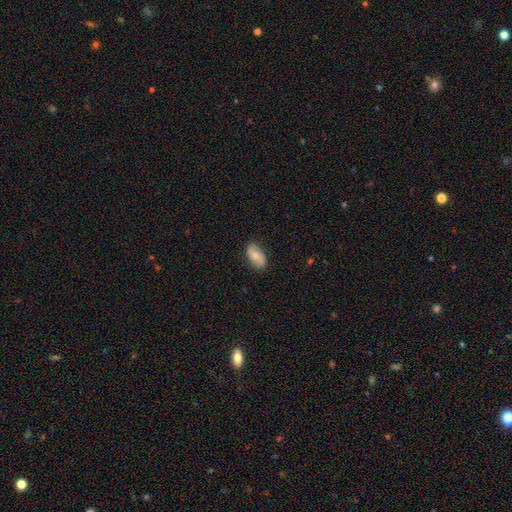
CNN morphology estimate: Smooth or featured? Predicted: smooth (p=0.55). How rounded? Predicted: in between (p=0.92). Merging? Predicted: none (p=0.82).